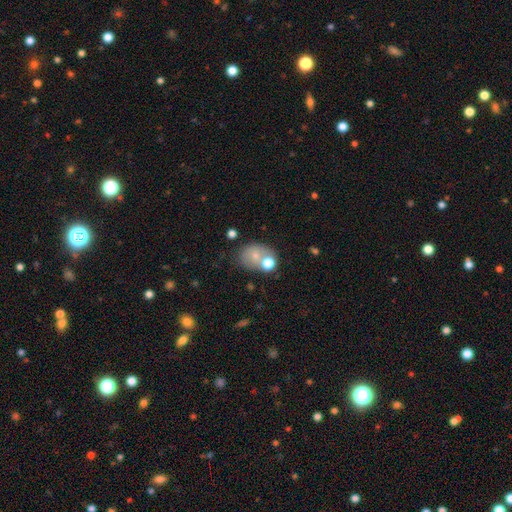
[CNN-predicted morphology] type=smooth (69%); roundness=in between (50%); merging=none (42%).